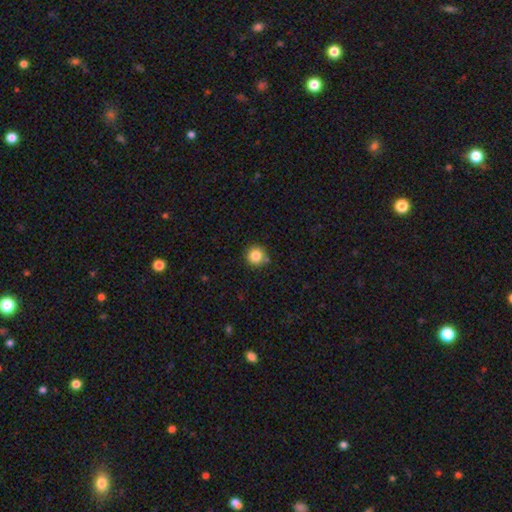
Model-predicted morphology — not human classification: smooth 84%, star or artifact 11%, featured or disk 5%. Down the decision tree: how rounded — round (94%); merging — none (81%).